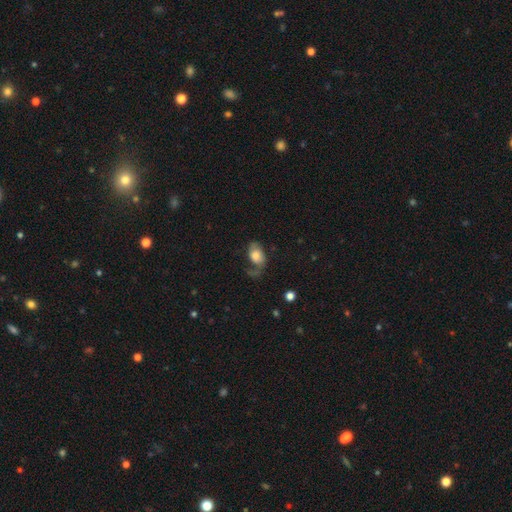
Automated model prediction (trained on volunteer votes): smooth 51%, featured or disk 40%, star or artifact 8%. Down the decision tree: how rounded — in between (84%); merging — none (37%).